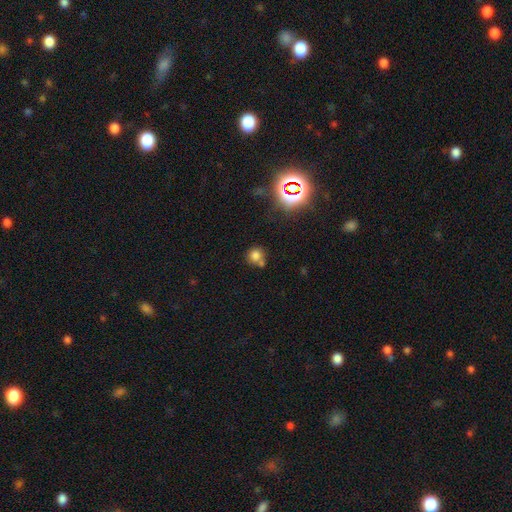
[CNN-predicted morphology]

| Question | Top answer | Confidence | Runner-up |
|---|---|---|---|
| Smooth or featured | smooth | 75% | star or artifact (16%) |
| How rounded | round | 88% | in between (11%) |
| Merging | none | 56% | merger (28%) |